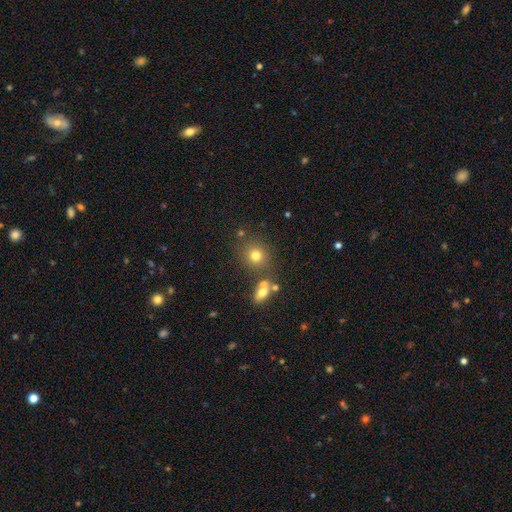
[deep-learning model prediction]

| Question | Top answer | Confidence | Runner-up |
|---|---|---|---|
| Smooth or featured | smooth | 75% | star or artifact (15%) |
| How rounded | round | 80% | in between (19%) |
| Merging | none | 72% | merger (13%) |